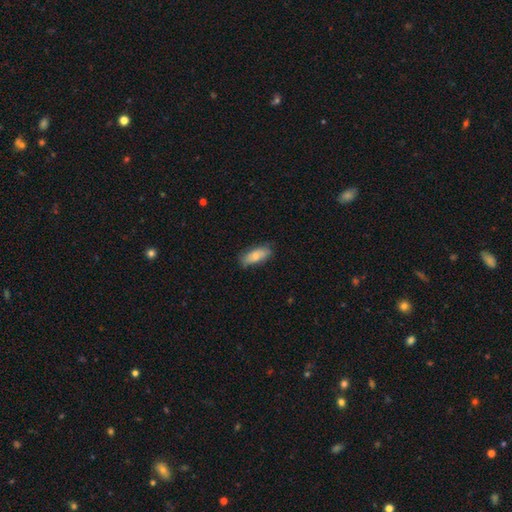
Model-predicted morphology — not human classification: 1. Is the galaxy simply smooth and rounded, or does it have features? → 77% smooth, 17% featured or disk, 6% star or artifact.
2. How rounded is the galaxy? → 80% in between, 17% cigar-shaped, 2% round.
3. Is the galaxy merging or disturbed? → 77% none, 19% minor disturbance, 3% major disturbance, 1% merger.